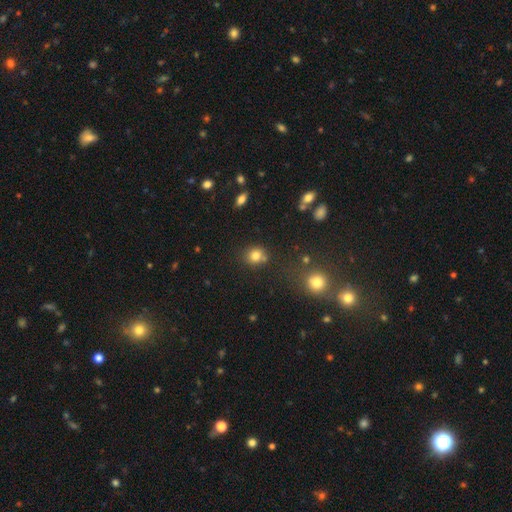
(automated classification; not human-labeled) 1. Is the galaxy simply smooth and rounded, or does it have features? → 79% smooth, 13% star or artifact, 7% featured or disk.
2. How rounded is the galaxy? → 77% round, 22% in between, 1% cigar-shaped.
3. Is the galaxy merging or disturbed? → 69% none, 15% merger, 13% minor disturbance, 4% major disturbance.